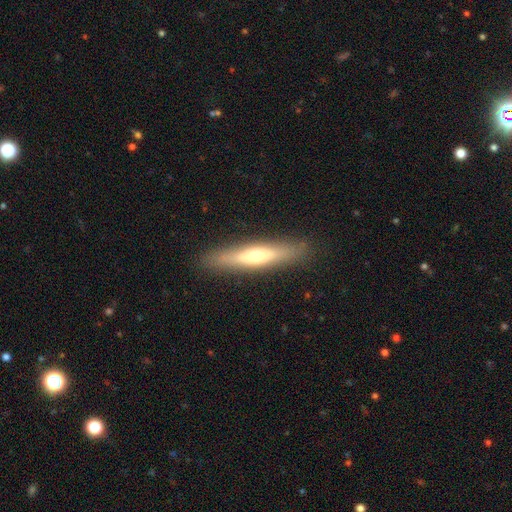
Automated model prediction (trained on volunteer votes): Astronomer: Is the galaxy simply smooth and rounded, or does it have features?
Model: featured or disk — 47%, tied with smooth at 47%.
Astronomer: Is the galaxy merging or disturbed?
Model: none — 89%.